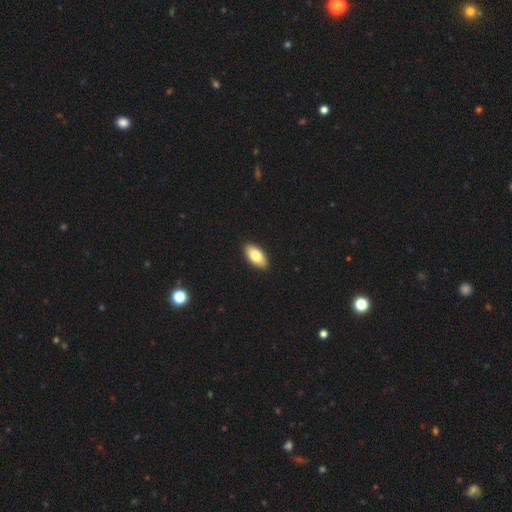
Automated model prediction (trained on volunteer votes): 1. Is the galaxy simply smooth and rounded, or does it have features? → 82% smooth, 12% featured or disk, 6% star or artifact.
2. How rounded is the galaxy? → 93% in between, 5% cigar-shaped, 2% round.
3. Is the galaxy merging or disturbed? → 91% none, 7% minor disturbance, 1% major disturbance, 1% merger.